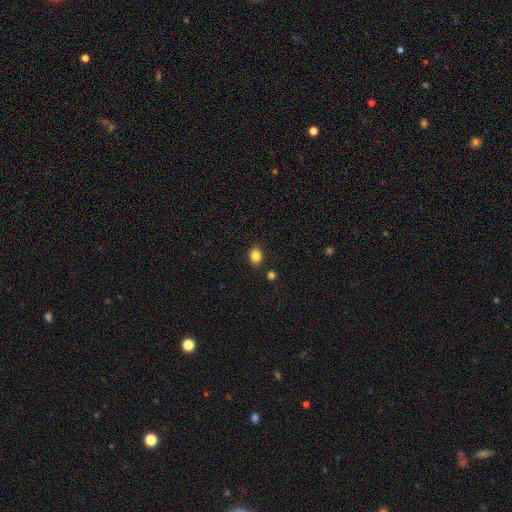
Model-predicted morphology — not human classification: Q: Smooth or featured?
A: smooth (85%); runner-up: star or artifact (10%)
Q: How rounded?
A: in between (58%); runner-up: round (41%)
Q: Merging?
A: none (86%); runner-up: minor disturbance (8%)